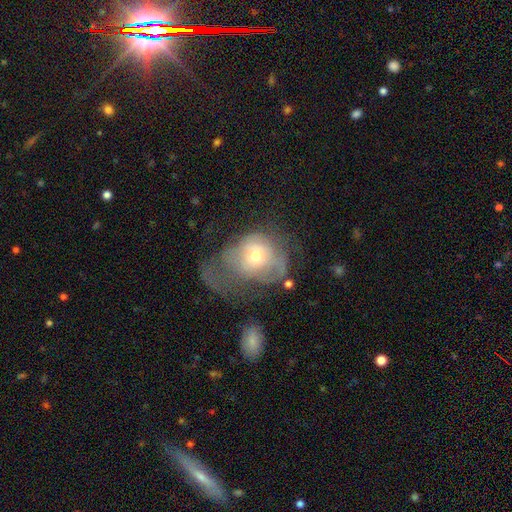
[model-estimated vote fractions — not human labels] This is possibly a smooth galaxy (50%). Merging: likely major disturbance (60%).